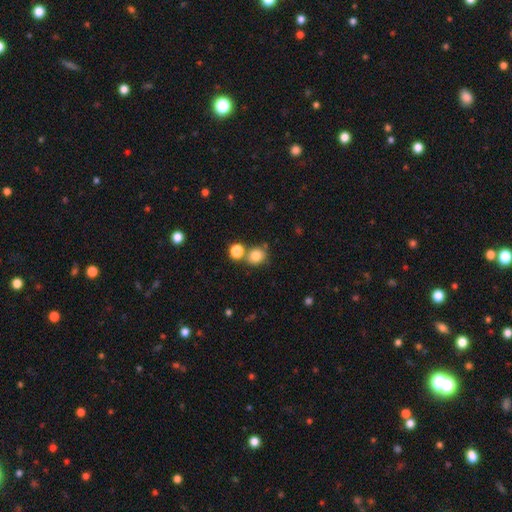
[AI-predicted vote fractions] smooth-or-featured: smooth: 80% | star or artifact: 12% | featured or disk: 7%
  how-rounded: round: 79% | in between: 20% | cigar-shaped: 1%
  merging: none: 65% | merger: 21% | minor disturbance: 10% | major disturbance: 3%